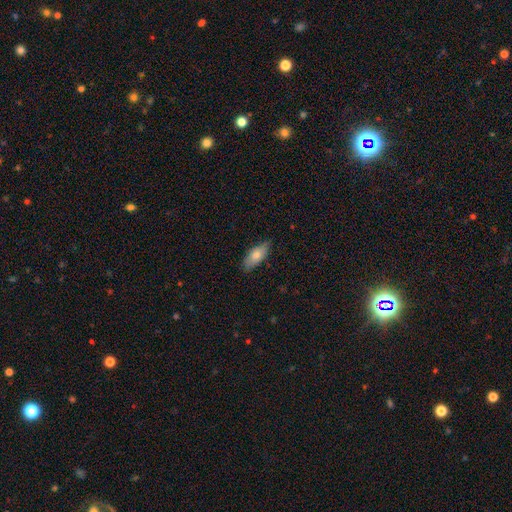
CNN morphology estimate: A smooth galaxy with no disk features (73%) that is in between round and cigar-shaped (79%).

Vote fractions:
- Smooth or featured? smooth: 73% / featured or disk: 21% / star or artifact: 6%
- How rounded? in between: 79% / cigar-shaped: 18% / round: 3%
- Merging? none: 81% / minor disturbance: 15% / major disturbance: 2% / merger: 1%